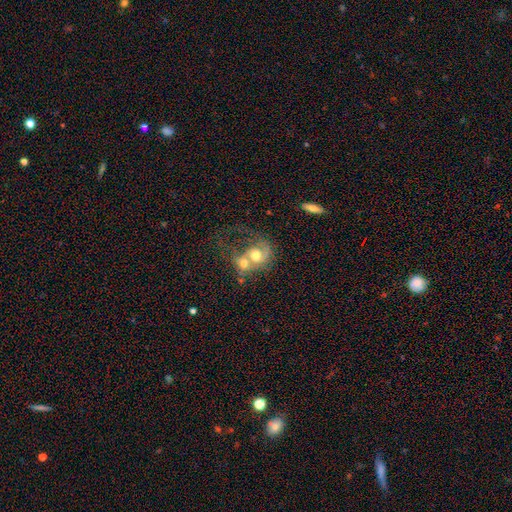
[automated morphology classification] A featured or disk galaxy (56%) with no bar (78%), spiral arms (62%) and a moderate central bulge (63%). Merging: merger (65%).